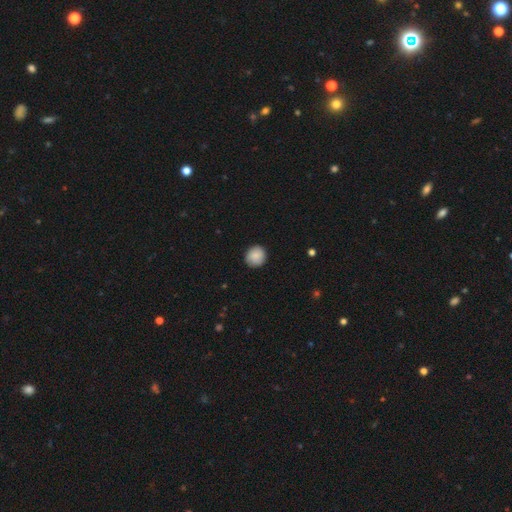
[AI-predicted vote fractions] Overall: smooth (87%). How rounded: round (89%). Merging: none (87%).